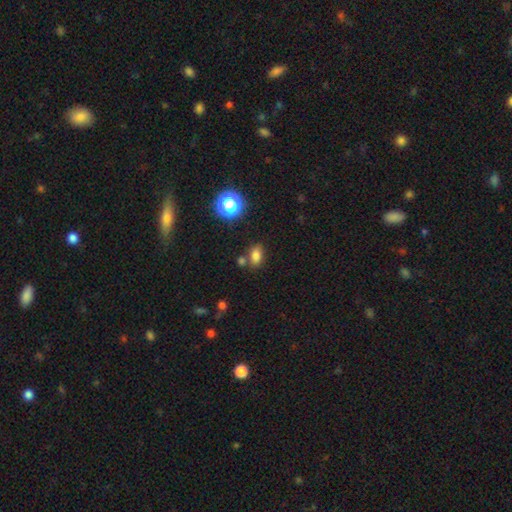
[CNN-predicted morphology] Q: Smooth or featured?
A: smooth (78%); runner-up: star or artifact (15%)
Q: How rounded?
A: in between (80%); runner-up: round (17%)
Q: Merging?
A: none (70%); runner-up: merger (13%)